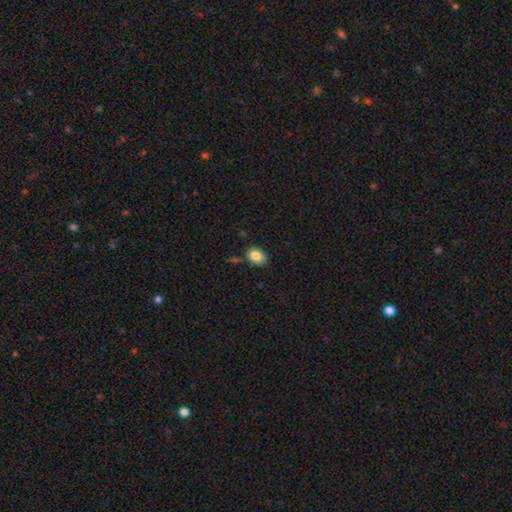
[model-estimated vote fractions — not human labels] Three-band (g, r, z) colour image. It shows a smooth galaxy with no disk features (83%) that is in between round and cigar-shaped (65%). Merging: none (77%).